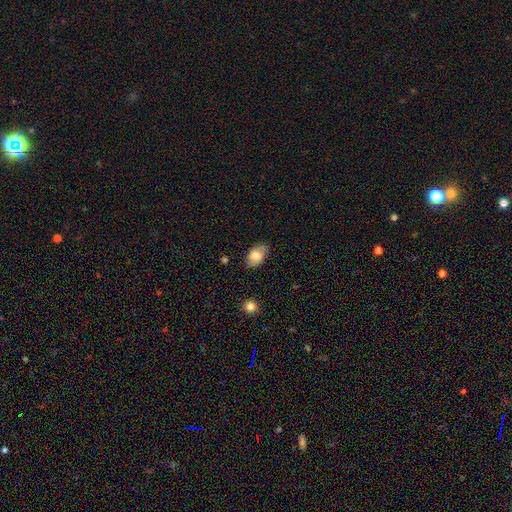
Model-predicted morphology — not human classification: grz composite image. It shows a smooth galaxy with no disk features (72%) that is in between round and cigar-shaped (91%). Merging: none (82%).